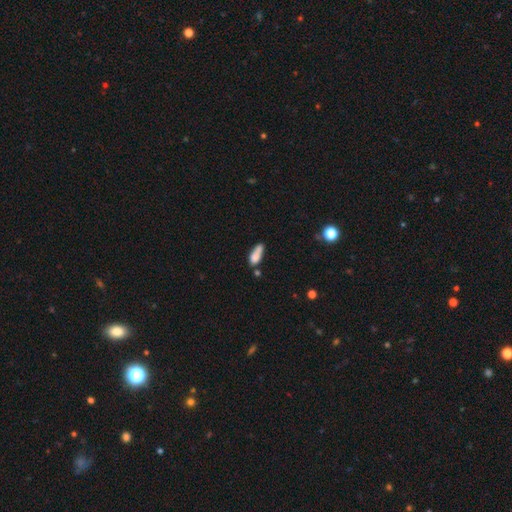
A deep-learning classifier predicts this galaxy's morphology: A smooth galaxy with no disk features (74%) that is in between round and cigar-shaped (69%). Merging: none (34%).